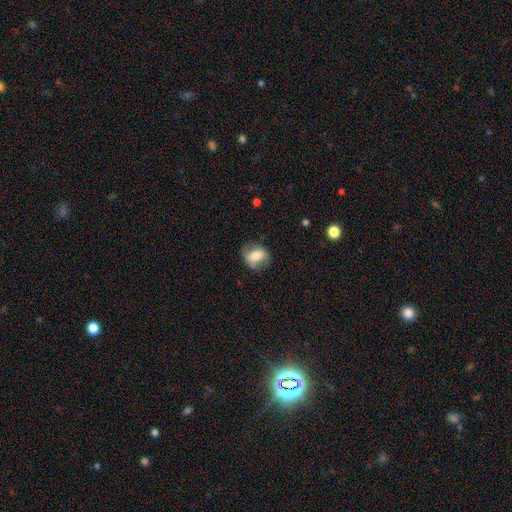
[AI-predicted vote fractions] Morphology: type=smooth (60%); roundness=in between (50%); merging=none (73%).